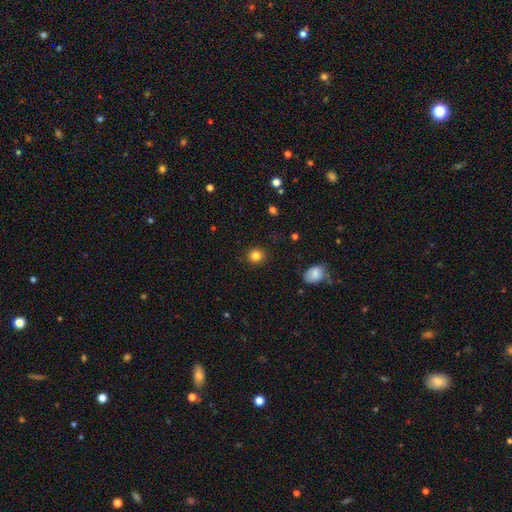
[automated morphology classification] The model was most divided on "smooth or featured": smooth: 84%, star or artifact: 11%, featured or disk: 5%. More confident: merging — none (90%); how rounded — round (89%).